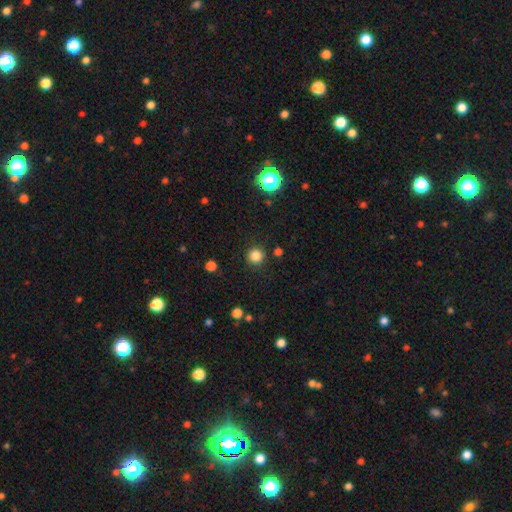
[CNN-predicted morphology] Smooth or featured?
  - smooth: 83% *
  - star or artifact: 13%
  - featured or disk: 4%
How rounded?
  - round: 94% *
  - in between: 5%
  - cigar-shaped: 1%
Merging?
  - none: 90% *
  - minor disturbance: 6%
  - major disturbance: 2%
  - merger: 2%